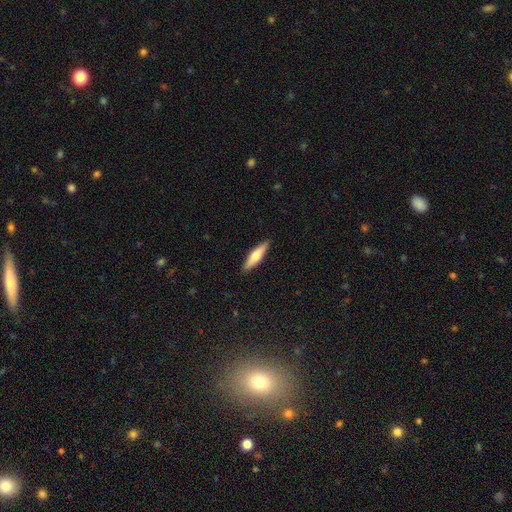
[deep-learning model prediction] A smooth galaxy with no disk features (59%) that is cigar-shaped (71%). Merging: none (89%).